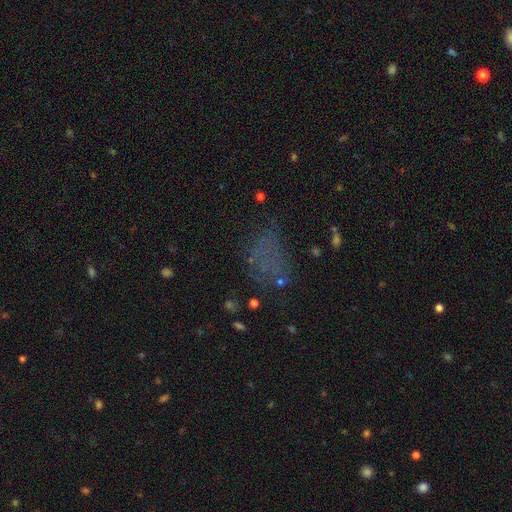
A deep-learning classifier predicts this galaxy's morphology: A smooth galaxy with no disk features (45%).

Vote fractions:
- Smooth or featured? smooth: 45% / star or artifact: 34% / featured or disk: 21%
- Merging? none: 51% / major disturbance: 24% / minor disturbance: 19% / merger: 5%